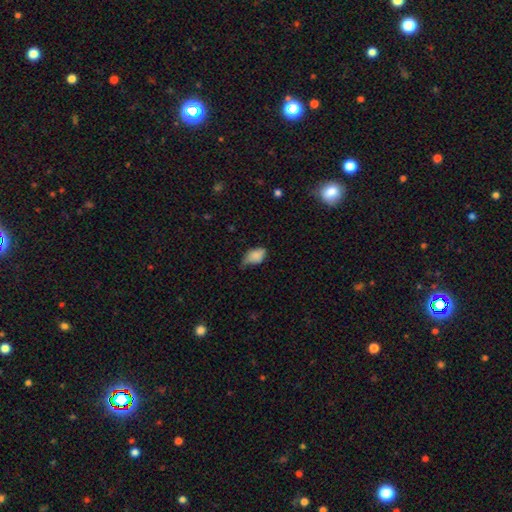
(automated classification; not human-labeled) Q: Smooth or featured?
A: smooth (83%); runner-up: star or artifact (9%)
Q: How rounded?
A: in between (88%); runner-up: round (10%)
Q: Merging?
A: minor disturbance (49%); runner-up: none (33%)